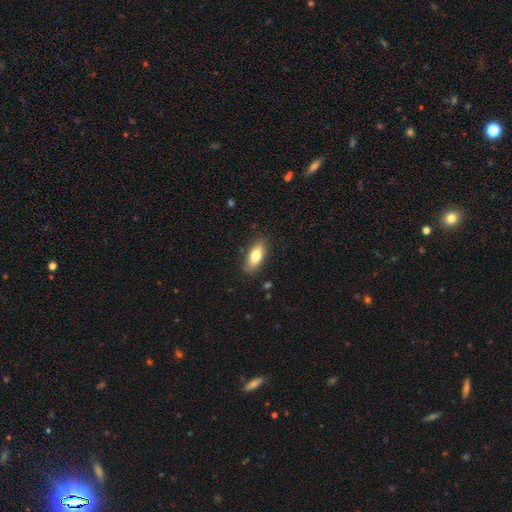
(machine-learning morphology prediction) smooth-or-featured: smooth: 79% | featured or disk: 14% | star or artifact: 7%
  how-rounded: in between: 81% | cigar-shaped: 16% | round: 3%
  merging: none: 85% | minor disturbance: 11% | major disturbance: 3% | merger: 1%